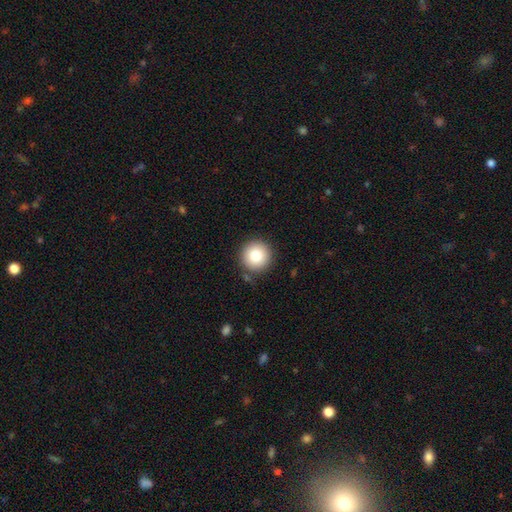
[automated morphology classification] type=smooth (83%); roundness=round (95%); merging=none (87%).